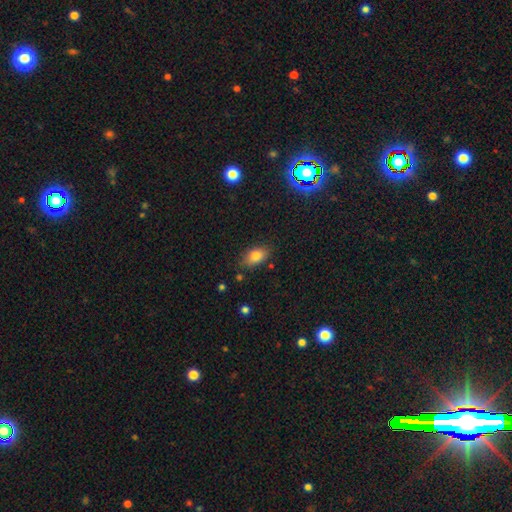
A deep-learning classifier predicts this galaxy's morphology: This appears to be a smooth galaxy with no disk features (80%) that is in between round and cigar-shaped (85%). Merging: none (80%).